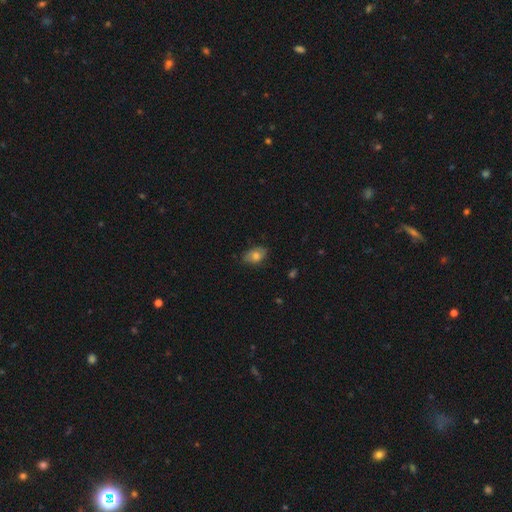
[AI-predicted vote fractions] The model was most divided on "merging": none: 76%, minor disturbance: 20%, major disturbance: 3%, merger: 1%. More confident: how rounded — in between (86%); smooth or featured — smooth (78%).